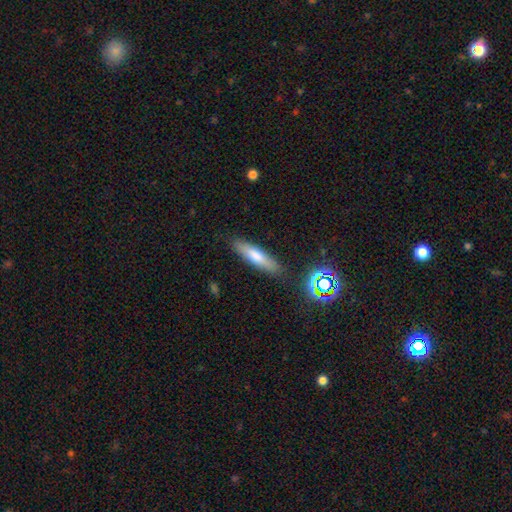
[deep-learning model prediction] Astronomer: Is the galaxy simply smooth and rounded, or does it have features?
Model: smooth — 66%.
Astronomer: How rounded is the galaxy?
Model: cigar-shaped — 78%.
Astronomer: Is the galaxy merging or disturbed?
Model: none — 86%.